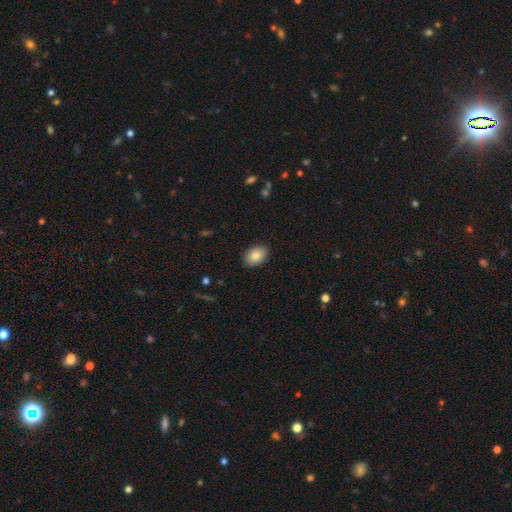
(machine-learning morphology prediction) Smooth or featured? smooth (85%)
How rounded? in between (79%)
Merging? none (89%)